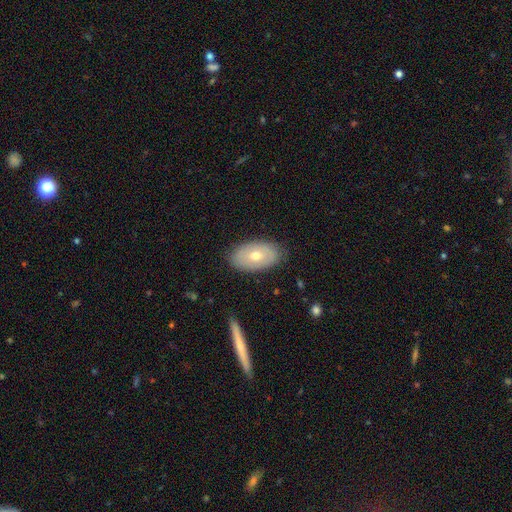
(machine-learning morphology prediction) smooth_or_featured: smooth (p=0.59) [alt: featured or disk p=0.34]
how_rounded: in between (p=0.93) [alt: round p=0.05]
merging: none (p=0.85) [alt: minor disturbance p=0.12]